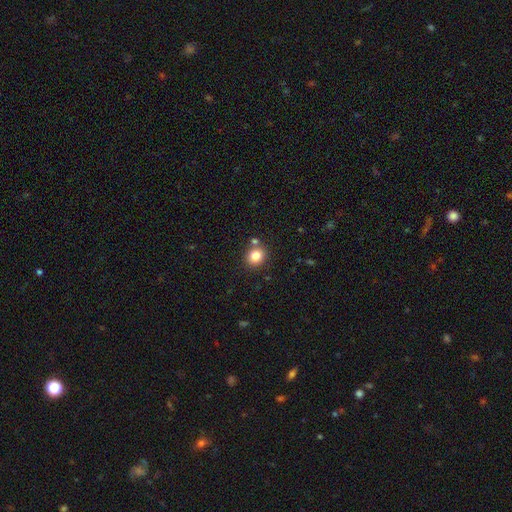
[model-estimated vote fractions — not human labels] Smooth or featured? smooth (82%)
How rounded? round (74%)
Merging? none (78%)